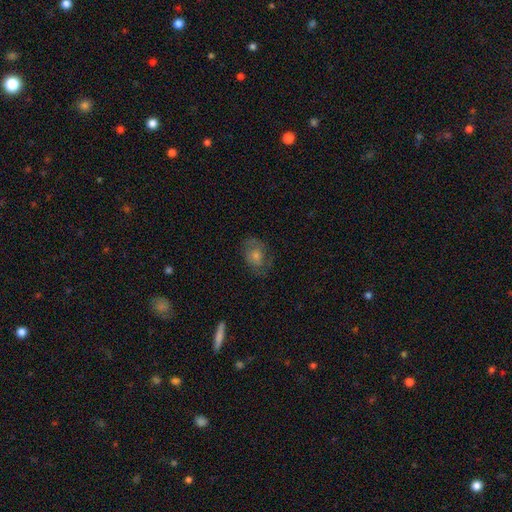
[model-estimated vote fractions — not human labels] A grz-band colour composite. It shows a featured or disk galaxy (53%) with no bar (75%), spiral arms (74%) and a moderate central bulge (49%). Merging: none (71%).